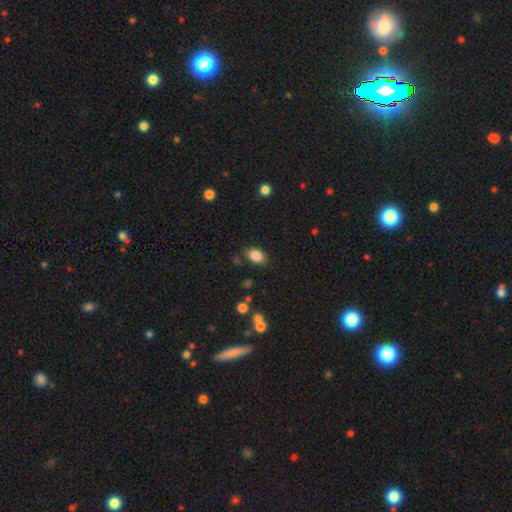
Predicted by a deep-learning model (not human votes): Smooth or featured?
  - smooth: 85% *
  - star or artifact: 9%
  - featured or disk: 6%
How rounded?
  - in between: 85% *
  - round: 13%
  - cigar-shaped: 1%
Merging?
  - none: 81% *
  - minor disturbance: 13%
  - major disturbance: 3%
  - merger: 3%